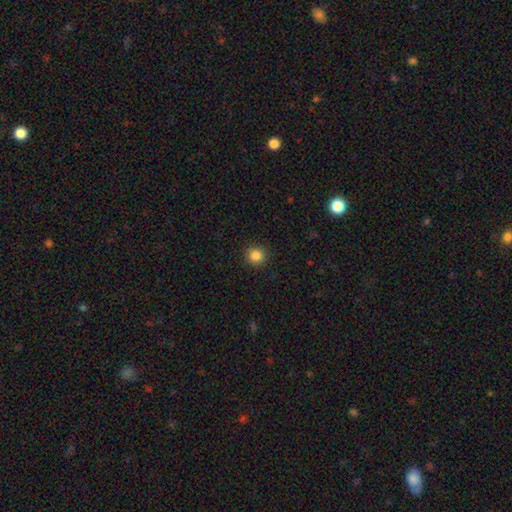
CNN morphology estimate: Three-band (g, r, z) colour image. It shows a smooth galaxy with no disk features (85%) that is round (92%). Merging: none (91%).